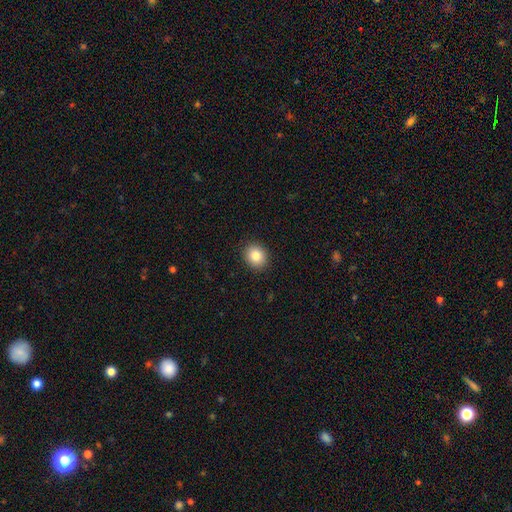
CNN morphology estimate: smooth_or_featured: smooth (p=0.84) [alt: star or artifact p=0.10]
how_rounded: round (p=0.70) [alt: in between p=0.29]
merging: none (p=0.91) [alt: minor disturbance p=0.06]